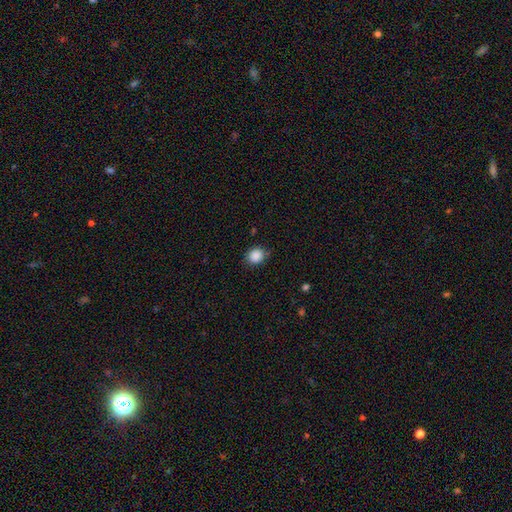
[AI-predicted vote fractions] Smooth or featured: smooth — 88% (star or artifact — 9%)
How rounded: round — 76% (in between — 23%)
Merging: none — 82% (minor disturbance — 14%)